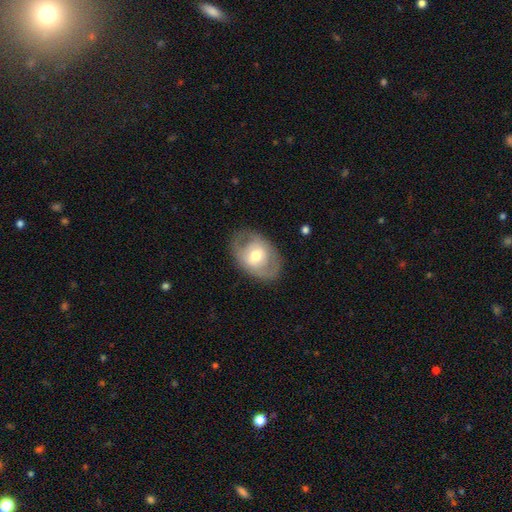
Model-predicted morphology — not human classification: Overall: featured or disk (50%; smooth 44%). Edge-on disk: no (92%). Merging: none (75%).